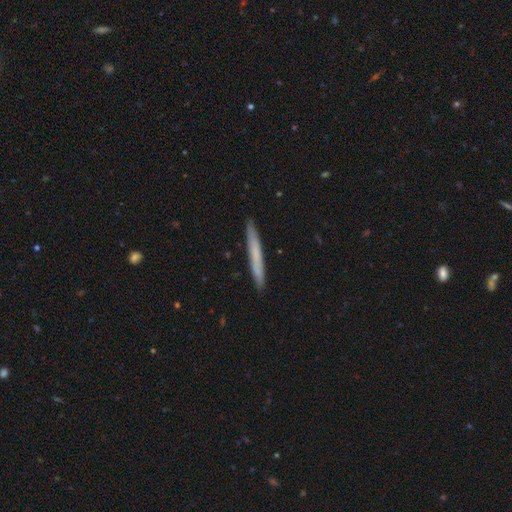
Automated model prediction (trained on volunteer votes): Smooth or featured: smooth — 60% (featured or disk — 34%)
How rounded: cigar-shaped — 97% (in between — 2%)
Merging: none — 91% (minor disturbance — 7%)